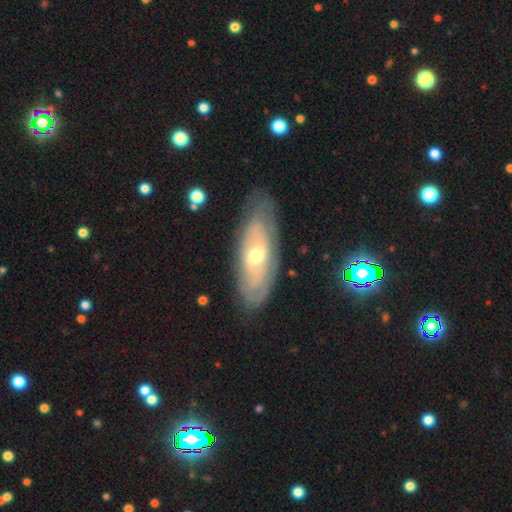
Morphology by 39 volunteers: Q: Smooth or featured?
A: featured or disk (56%); runner-up: smooth (38%)
Q: Edge-on disk?
A: no (82%); runner-up: yes (18%)
Q: Bar?
A: weak (56%); runner-up: no (33%)
Q: Spiral arms?
A: no (56%); runner-up: yes (44%)
Q: Bulge size?
A: small (50%); runner-up: moderate (44%)
Q: Merging?
A: none (65%); runner-up: minor disturbance (19%)